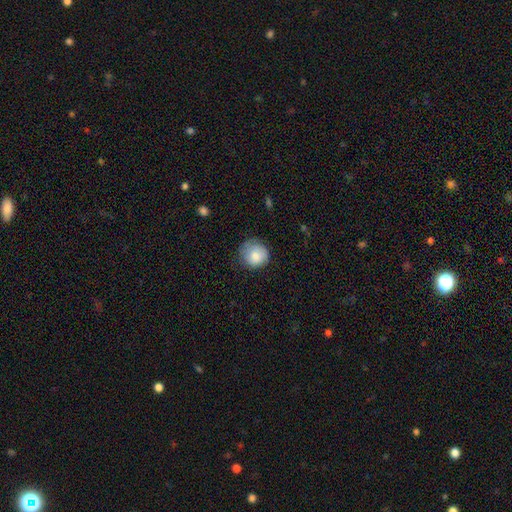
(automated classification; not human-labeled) smooth 83%, featured or disk 10%, star or artifact 8%. Down the decision tree: how rounded — round (88%); merging — none (68%).